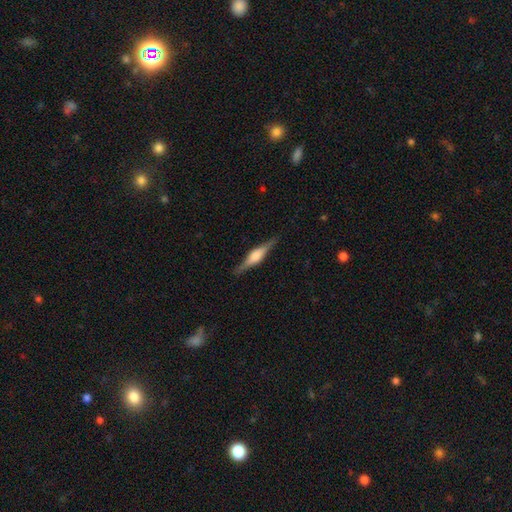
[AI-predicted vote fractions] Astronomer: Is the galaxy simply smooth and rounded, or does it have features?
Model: featured or disk — 74%.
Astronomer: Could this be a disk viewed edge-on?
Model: yes — 98%.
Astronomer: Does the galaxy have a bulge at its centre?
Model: rounded — 73%.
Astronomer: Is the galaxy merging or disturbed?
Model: none — 88%.